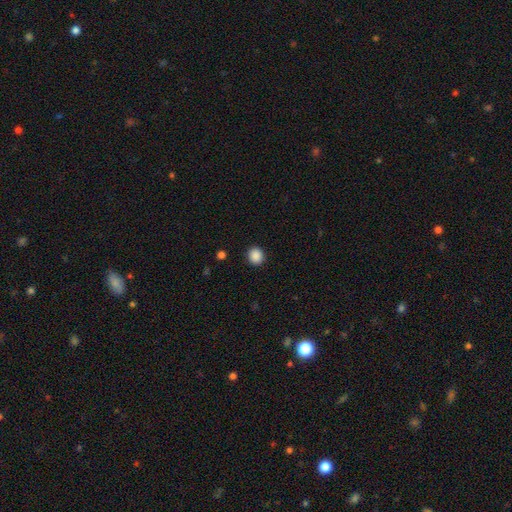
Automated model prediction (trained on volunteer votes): Smooth or featured: smooth — 89% (star or artifact — 9%)
How rounded: round — 86% (in between — 13%)
Merging: none — 91% (minor disturbance — 6%)